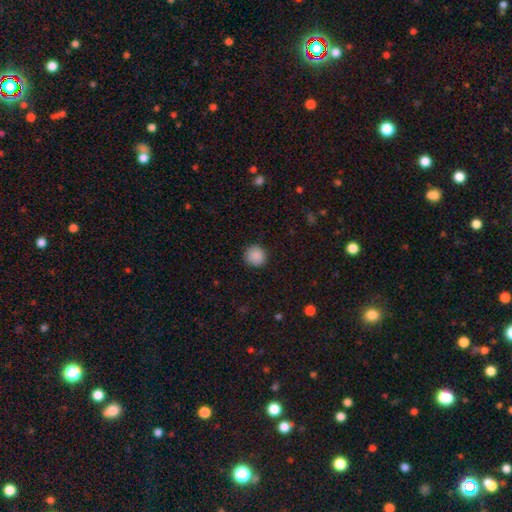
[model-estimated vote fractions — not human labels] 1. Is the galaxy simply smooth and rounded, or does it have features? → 89% smooth, 9% star or artifact, 3% featured or disk.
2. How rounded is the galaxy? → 93% round, 6% in between, 1% cigar-shaped.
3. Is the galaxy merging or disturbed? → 90% none, 7% minor disturbance, 2% major disturbance, 1% merger.